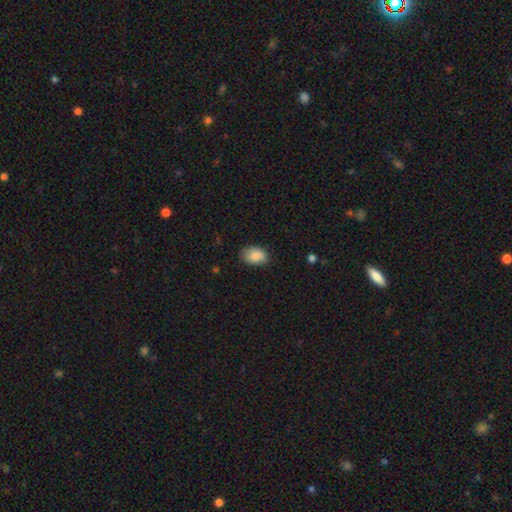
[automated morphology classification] This is clearly a smooth galaxy (87%). How rounded: likely in between (78%). Merging: likely none (78%).